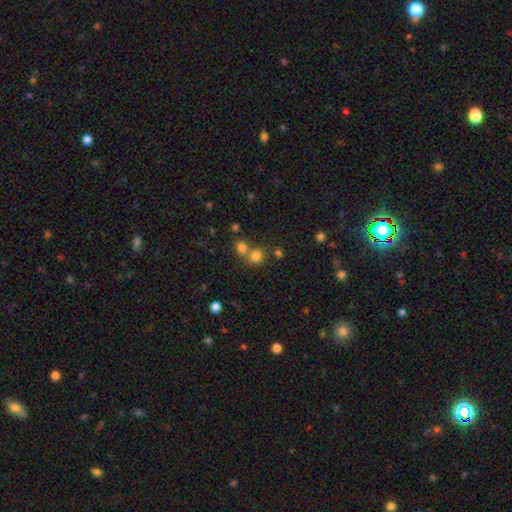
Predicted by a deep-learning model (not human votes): Smooth or featured? Predicted: smooth (p=0.76). How rounded? Predicted: round (p=0.85). Merging? Predicted: none (p=0.55).